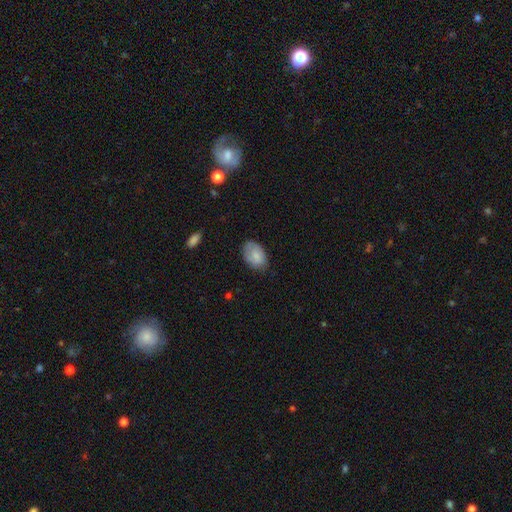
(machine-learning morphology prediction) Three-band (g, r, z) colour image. It shows a smooth galaxy with no disk features (78%) that is in between round and cigar-shaped (88%). Merging: none (70%).